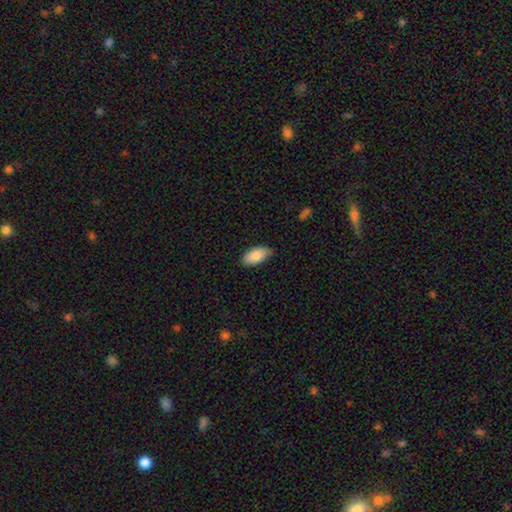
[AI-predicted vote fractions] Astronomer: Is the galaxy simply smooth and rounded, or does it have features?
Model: smooth — 85%.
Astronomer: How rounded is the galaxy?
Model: in between — 94%.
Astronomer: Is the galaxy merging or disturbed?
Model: none — 76%.